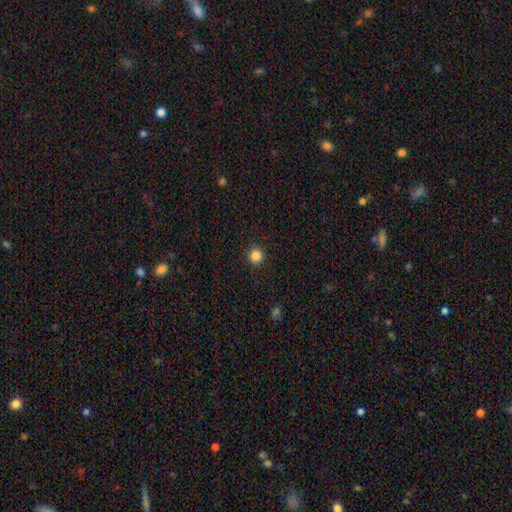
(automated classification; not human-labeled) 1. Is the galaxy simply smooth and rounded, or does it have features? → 85% smooth, 11% star or artifact, 4% featured or disk.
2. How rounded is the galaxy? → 95% round, 4% in between, 1% cigar-shaped.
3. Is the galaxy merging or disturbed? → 92% none, 5% minor disturbance, 2% major disturbance, 1% merger.